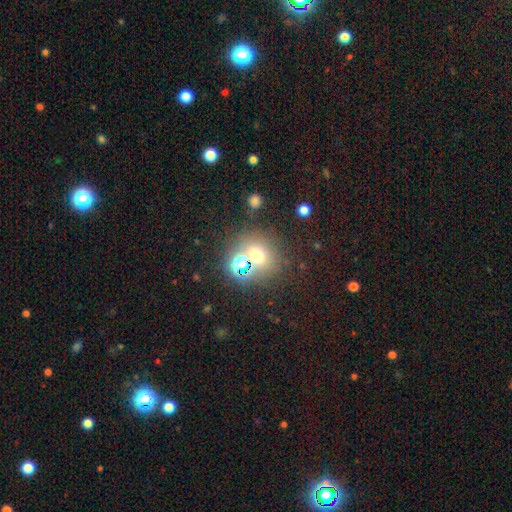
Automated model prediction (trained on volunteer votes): Q: Smooth or featured?
A: smooth (60%); runner-up: star or artifact (29%)
Q: How rounded?
A: round (78%); runner-up: in between (21%)
Q: Merging?
A: none (65%); runner-up: merger (20%)